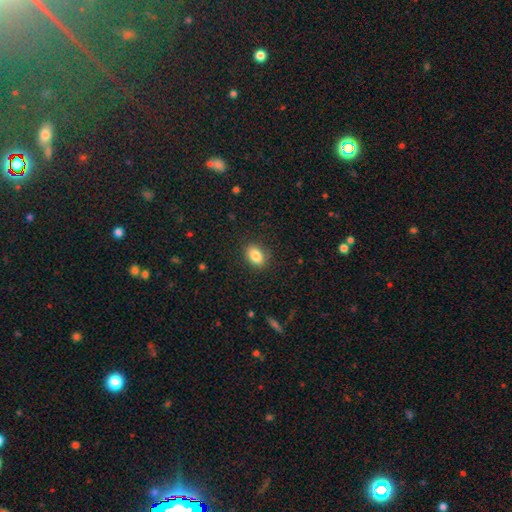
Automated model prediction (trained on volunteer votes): A smooth galaxy with no disk features (85%) that is in between round and cigar-shaped (79%).

Vote fractions:
- Smooth or featured? smooth: 85% / star or artifact: 9% / featured or disk: 6%
- How rounded? in between: 79% / round: 19% / cigar-shaped: 2%
- Merging? none: 86% / minor disturbance: 10% / major disturbance: 3% / merger: 1%